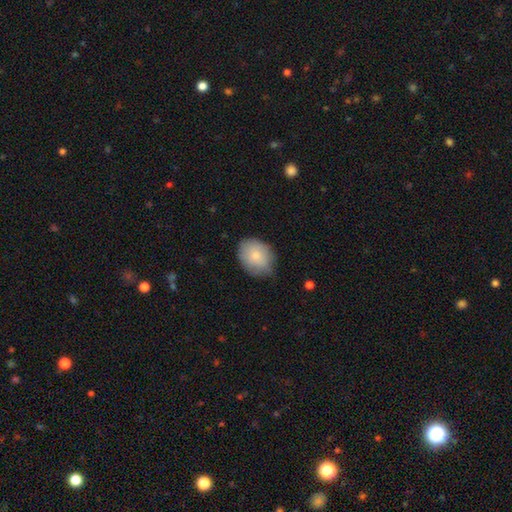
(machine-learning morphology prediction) smooth 79%, featured or disk 14%, star or artifact 7%. Down the decision tree: how rounded — in between (62%); merging — none (70%).